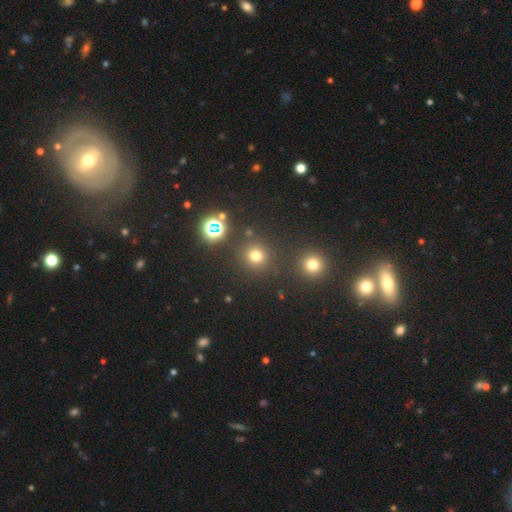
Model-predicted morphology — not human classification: Smooth or featured? smooth (68%)
How rounded? round (92%)
Merging? none (85%)